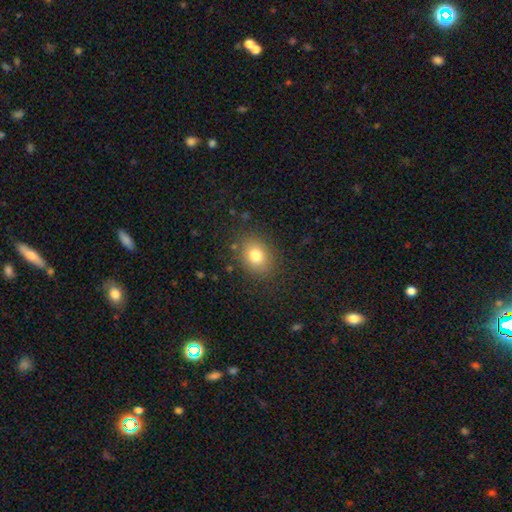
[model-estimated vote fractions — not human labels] Smooth or featured?
  - smooth: 78% *
  - star or artifact: 12%
  - featured or disk: 10%
How rounded?
  - in between: 51% *
  - round: 48%
  - cigar-shaped: 1%
Merging?
  - none: 84% *
  - minor disturbance: 11%
  - major disturbance: 4%
  - merger: 1%